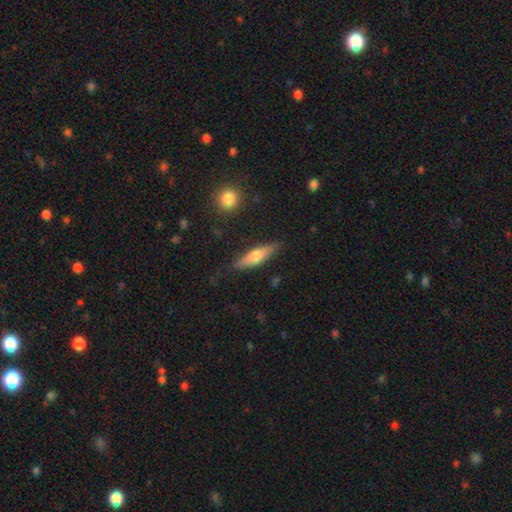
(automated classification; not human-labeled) Smooth or featured? smooth (57%)
How rounded? cigar-shaped (63%)
Merging? none (82%)